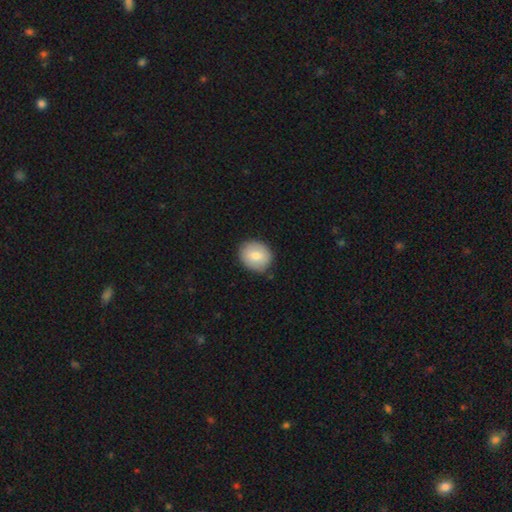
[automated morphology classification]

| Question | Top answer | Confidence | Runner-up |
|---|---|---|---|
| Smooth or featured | smooth | 79% | featured or disk (15%) |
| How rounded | round | 66% | in between (33%) |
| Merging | none | 84% | minor disturbance (12%) |